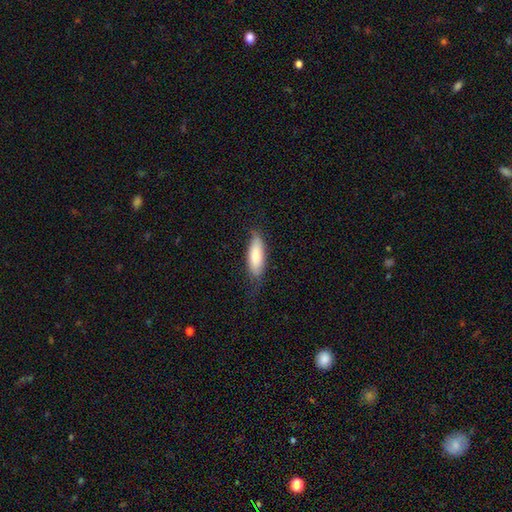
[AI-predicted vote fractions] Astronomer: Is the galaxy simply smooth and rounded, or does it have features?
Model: smooth — 78%.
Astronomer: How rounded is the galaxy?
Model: in between — 64%.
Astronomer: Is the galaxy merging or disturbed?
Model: none — 65%.